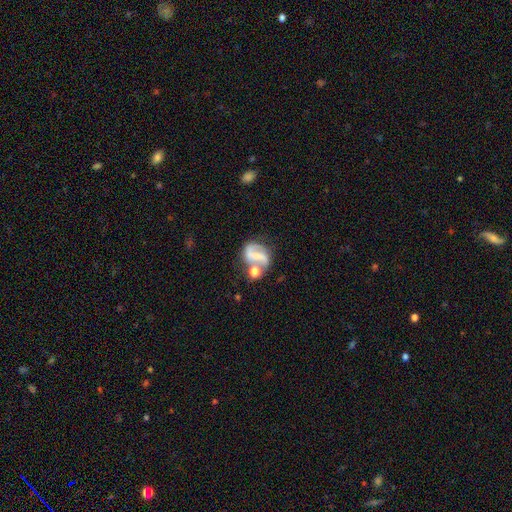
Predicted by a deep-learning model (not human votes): featured or disk 70%, smooth 20%, star or artifact 10%. Down the decision tree: edge-on disk — no (97%); bar — strong (38%); spiral arms — yes (83%); spiral arm count — 2 (84%); spiral winding — loose (50%); bulge size — none (41%); merging — none (44%).